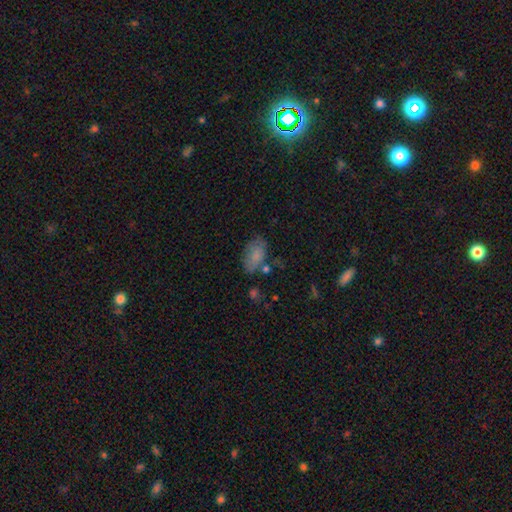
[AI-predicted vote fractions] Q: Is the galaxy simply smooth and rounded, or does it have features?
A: smooth — 79%.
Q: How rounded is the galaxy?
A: in between — 92%.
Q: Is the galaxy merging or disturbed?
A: none — 63%.